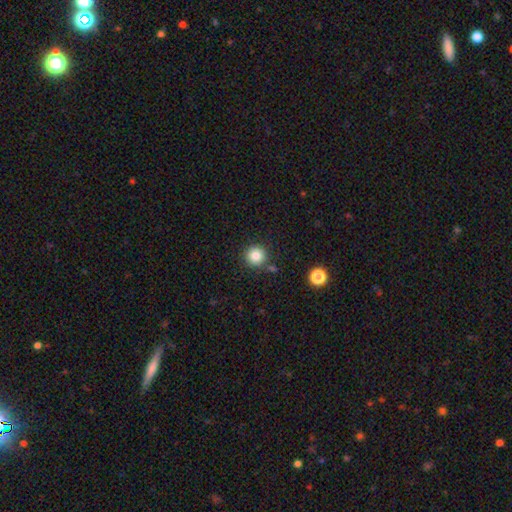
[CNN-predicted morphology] type=smooth (84%); roundness=round (95%); merging=none (85%).